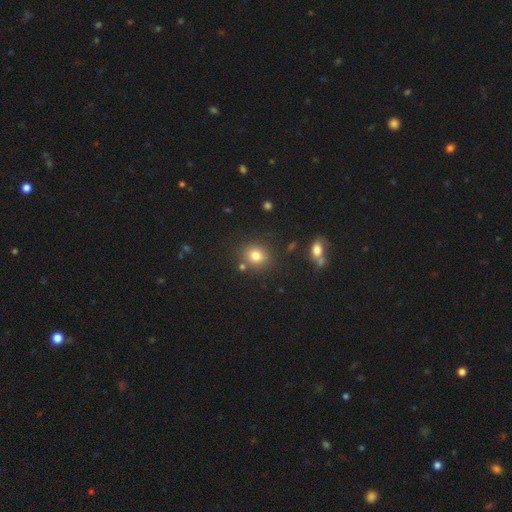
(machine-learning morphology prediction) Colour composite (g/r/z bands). It shows a smooth galaxy with no disk features (80%) that is round (80%). Merging: none (81%).